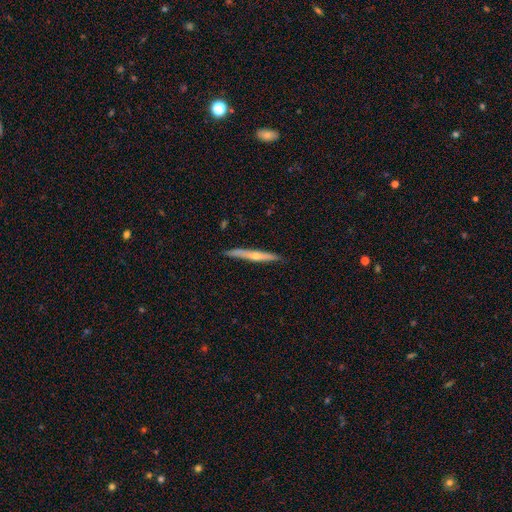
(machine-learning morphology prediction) A featured or disk galaxy (53%) viewed edge-on (95%) with a rounded central bulge (76%).

Vote fractions:
- Smooth or featured? featured or disk: 53% / smooth: 41% / star or artifact: 6%
- Edge-on disk? yes: 95% / no: 5%
- Edge-on bulge? rounded: 76% / none: 21% / boxy: 3%
- Merging? none: 87% / minor disturbance: 10% / major disturbance: 2% / merger: 1%